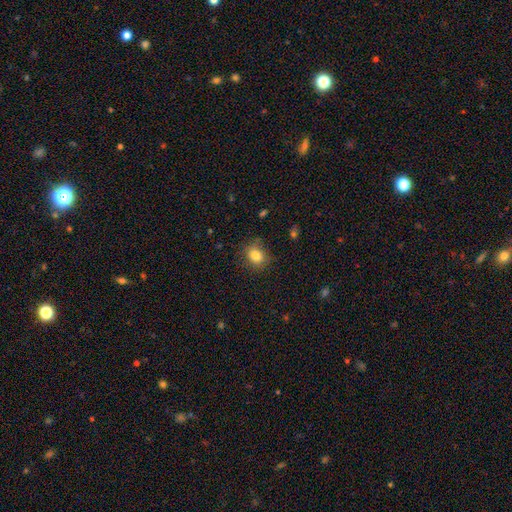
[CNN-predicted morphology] Smooth or featured? smooth (82%)
How rounded? round (56%)
Merging? none (80%)